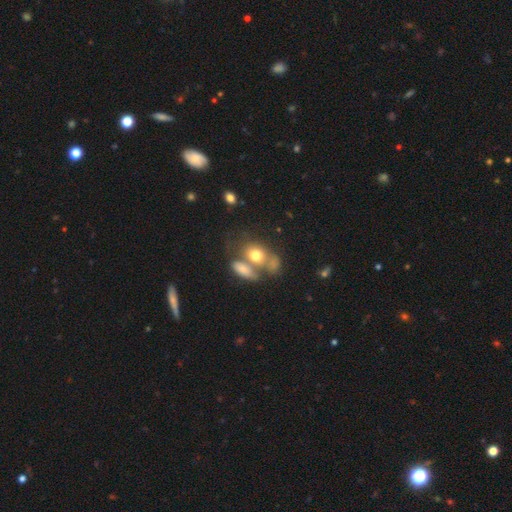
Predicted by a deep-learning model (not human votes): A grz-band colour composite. It shows a smooth galaxy with no disk features (69%) that is in between round and cigar-shaped (66%). Merging: merger (49%).